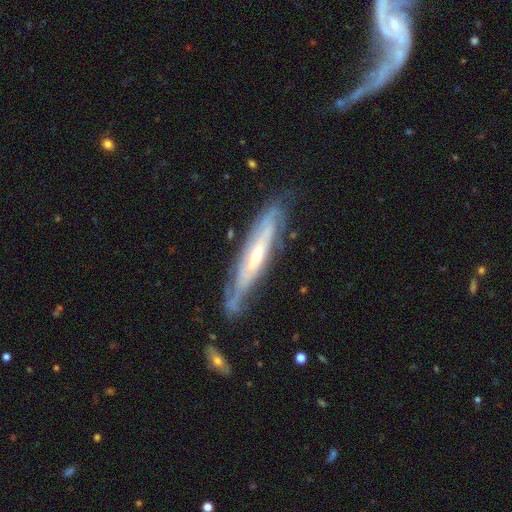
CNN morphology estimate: Overall: featured or disk (77%). Edge-on disk: yes (54%; no 46%). Merging: none (70%).